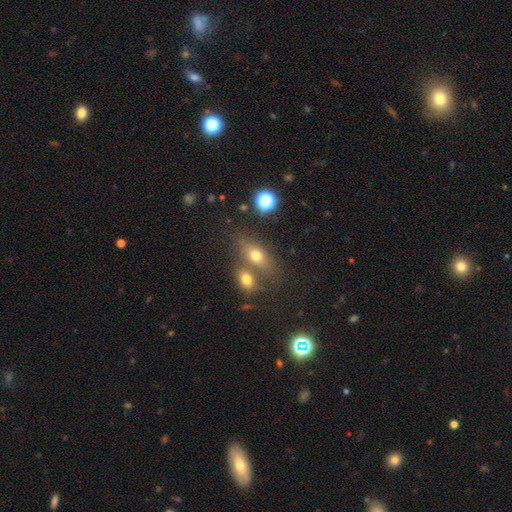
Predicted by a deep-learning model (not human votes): Smooth or featured: smooth — 66% (featured or disk — 19%)
How rounded: in between — 71% (round — 19%)
Merging: none — 53% (merger — 32%)